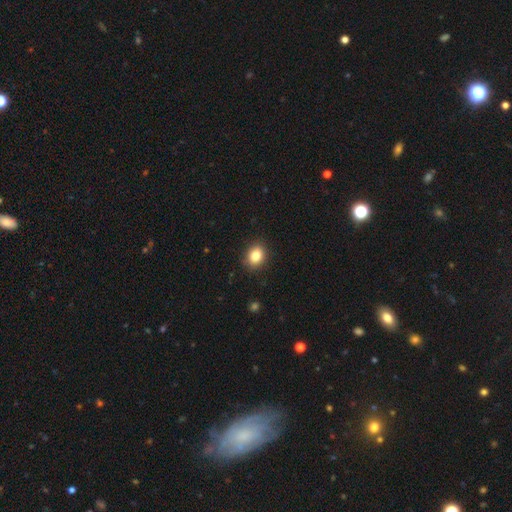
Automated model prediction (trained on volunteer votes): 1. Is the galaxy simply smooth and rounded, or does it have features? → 85% smooth, 10% star or artifact, 5% featured or disk.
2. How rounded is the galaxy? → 51% in between, 48% round, 1% cigar-shaped.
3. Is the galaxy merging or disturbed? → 89% none, 8% minor disturbance, 2% major disturbance, 1% merger.